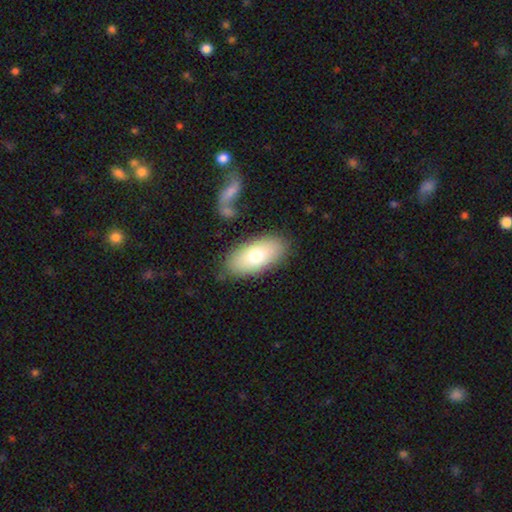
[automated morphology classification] Smooth or featured? smooth (71%)
How rounded? in between (92%)
Merging? none (81%)